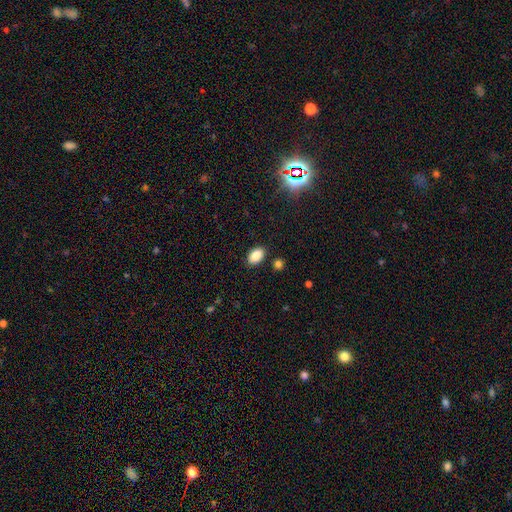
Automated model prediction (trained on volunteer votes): Morphology: type=smooth (86%); roundness=in between (91%); merging=none (86%).